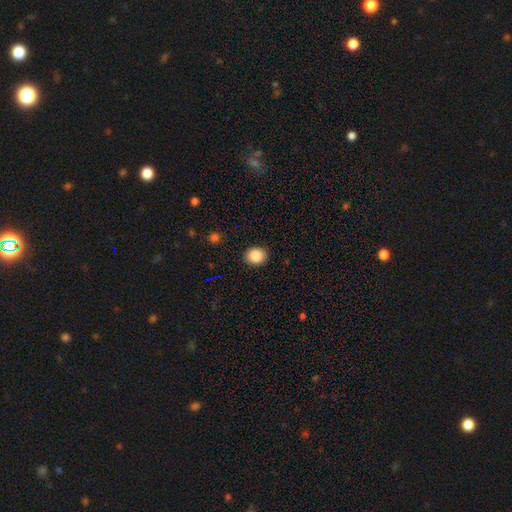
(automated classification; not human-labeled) This is clearly a smooth galaxy (86%). How rounded: likely round (62%). Merging: clearly none (90%).